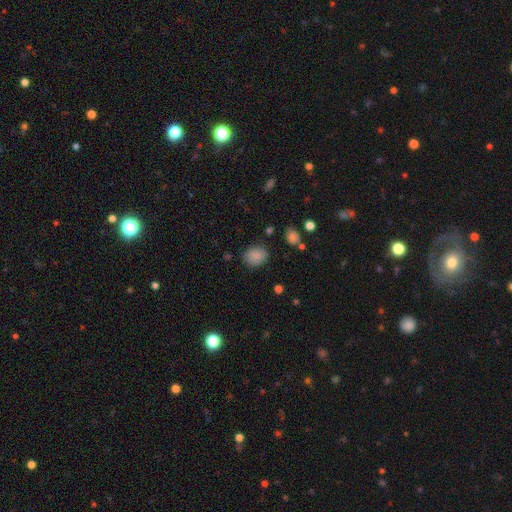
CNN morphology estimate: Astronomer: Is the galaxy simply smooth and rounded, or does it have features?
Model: smooth — 85%.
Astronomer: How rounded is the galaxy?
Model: round — 58% (runner-up: in between, 41%).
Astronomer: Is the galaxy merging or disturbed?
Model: none — 80%.